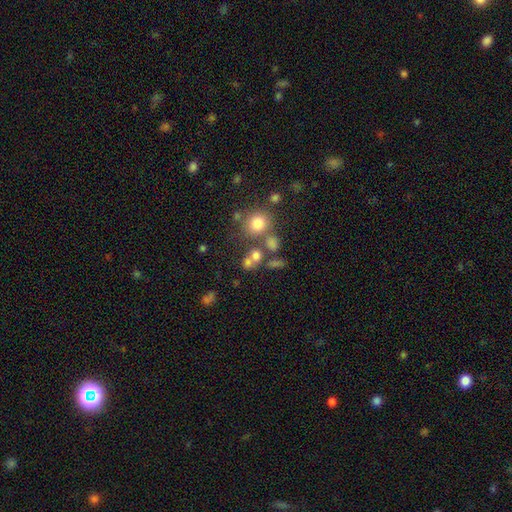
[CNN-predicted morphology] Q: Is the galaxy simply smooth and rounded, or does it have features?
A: smooth — 66%.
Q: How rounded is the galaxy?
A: round — 73%.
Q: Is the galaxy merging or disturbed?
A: none — 48%.